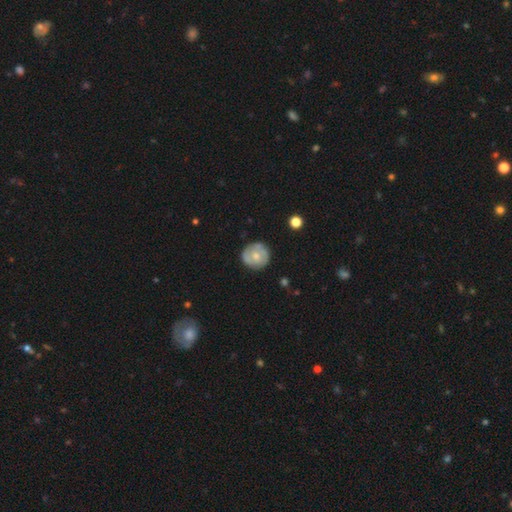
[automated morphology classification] This appears to be a featured or disk galaxy (48%). Merging: none (80%).